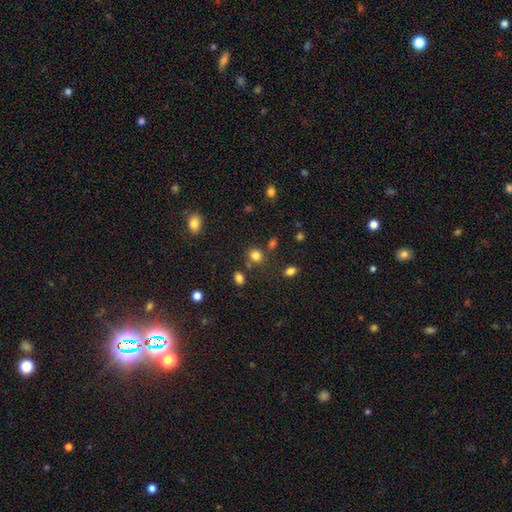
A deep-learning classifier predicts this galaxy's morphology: This appears to be a smooth galaxy with no disk features (80%) that is round (69%). Merging: none (72%).